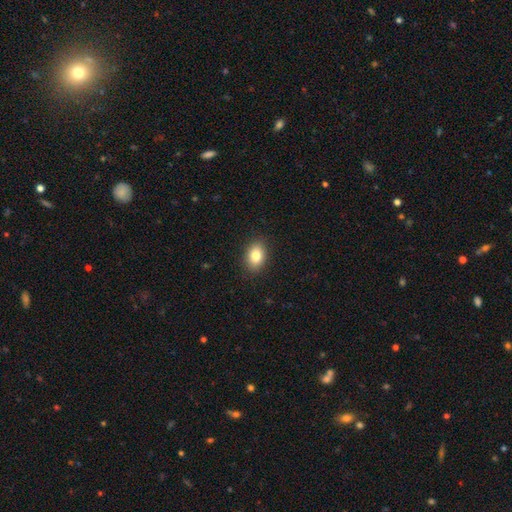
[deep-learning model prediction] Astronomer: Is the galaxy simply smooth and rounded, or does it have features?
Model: smooth — 83%.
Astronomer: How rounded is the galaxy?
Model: in between — 77%.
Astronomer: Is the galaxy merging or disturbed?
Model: none — 89%.